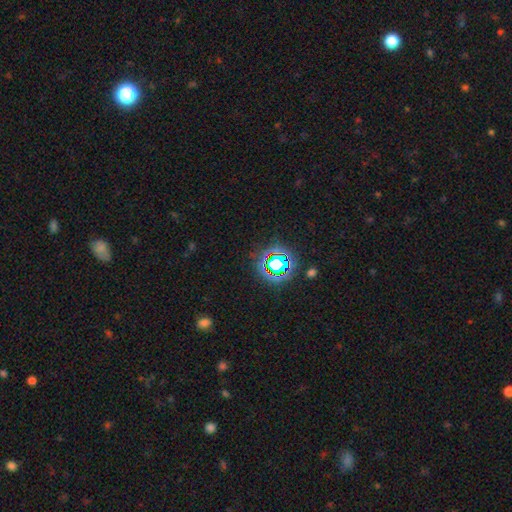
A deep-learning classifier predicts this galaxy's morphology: Overall: star or artifact (74%).